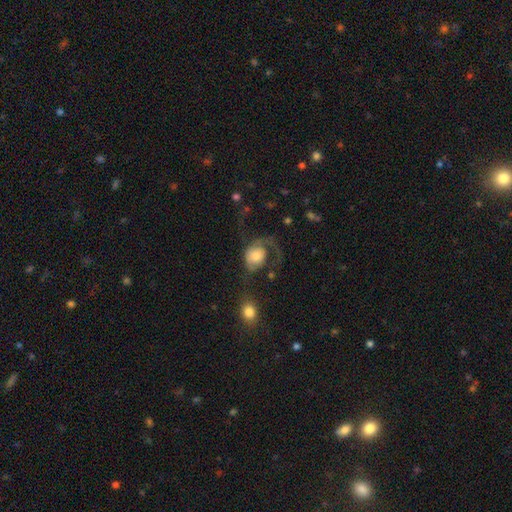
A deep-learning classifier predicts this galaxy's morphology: Smooth or featured? featured or disk (47%)
Merging? major disturbance (54%)